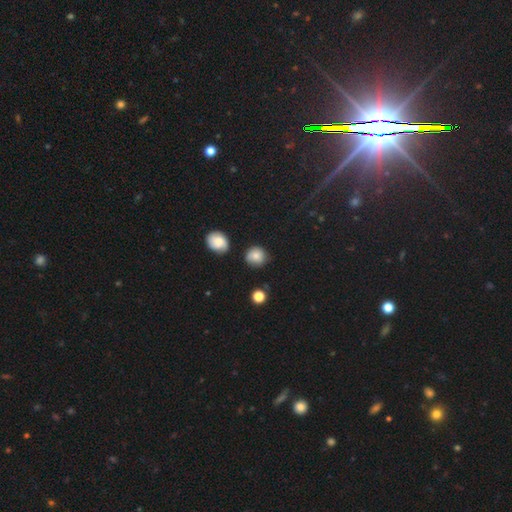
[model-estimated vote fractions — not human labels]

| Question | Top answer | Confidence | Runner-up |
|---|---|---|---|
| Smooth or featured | smooth | 76% | featured or disk (13%) |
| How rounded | round | 87% | in between (12%) |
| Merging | none | 74% | minor disturbance (18%) |